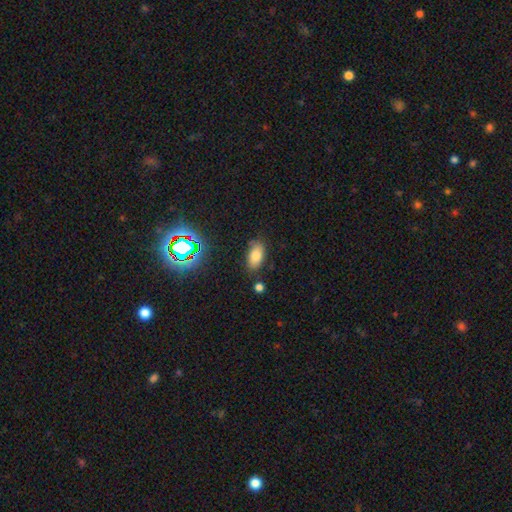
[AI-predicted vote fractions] Morphology: type=smooth (77%); roundness=in between (91%); merging=none (79%).